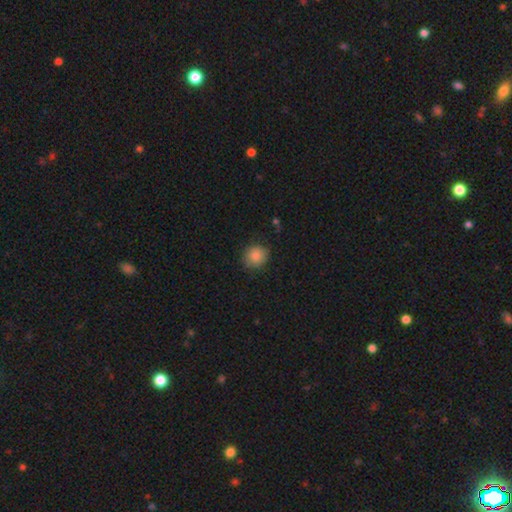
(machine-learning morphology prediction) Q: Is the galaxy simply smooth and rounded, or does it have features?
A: smooth — 85%.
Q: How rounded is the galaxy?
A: round — 85%.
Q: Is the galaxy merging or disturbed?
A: none — 82%.